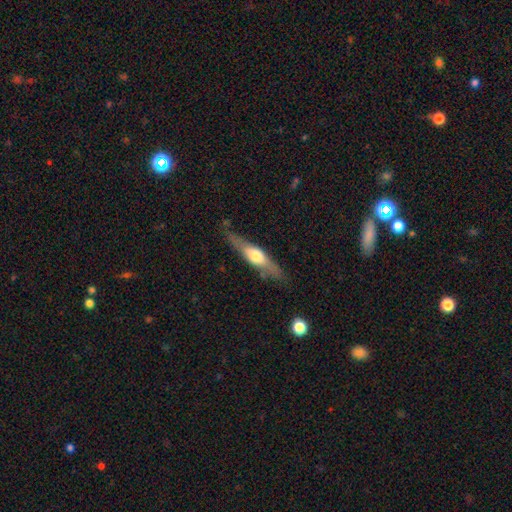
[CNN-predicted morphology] A featured or disk galaxy (56%) viewed edge-on (90%) with a rounded central bulge (90%).

Vote fractions:
- Smooth or featured? featured or disk: 56% / smooth: 39% / star or artifact: 5%
- Edge-on disk? yes: 90% / no: 10%
- Edge-on bulge? rounded: 90% / boxy: 6% / none: 4%
- Merging? none: 80% / minor disturbance: 14% / major disturbance: 4% / merger: 2%